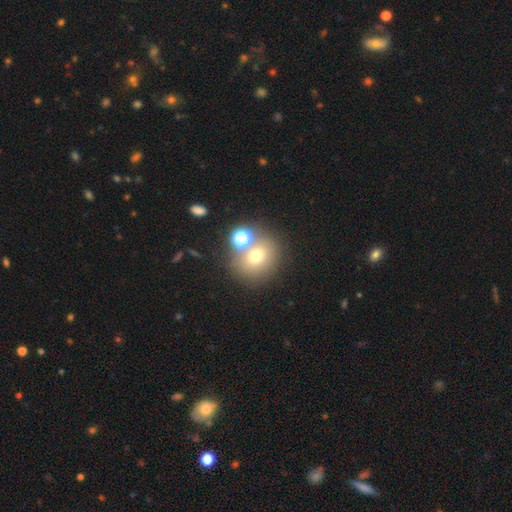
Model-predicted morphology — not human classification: Smooth or featured: smooth — 67% (star or artifact — 18%)
How rounded: round — 77% (in between — 22%)
Merging: none — 63% (merger — 23%)